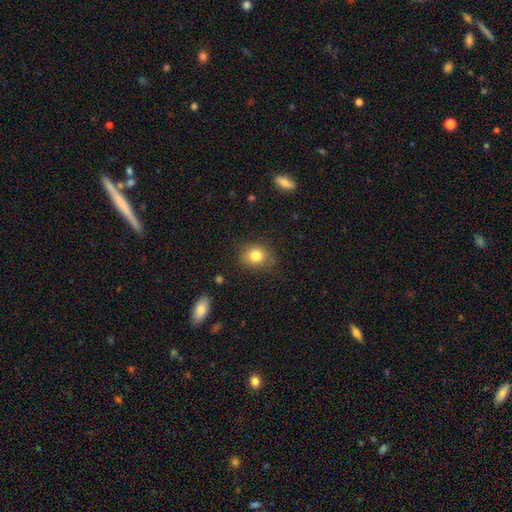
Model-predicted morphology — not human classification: Overall: smooth (82%). How rounded: round (68%; in between 31%). Merging: none (81%).